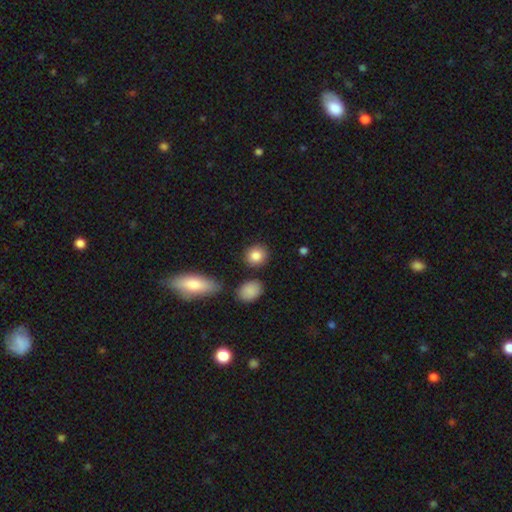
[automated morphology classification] A smooth galaxy with no disk features (86%) that is round (81%).

Vote fractions:
- Smooth or featured? smooth: 86% / star or artifact: 8% / featured or disk: 6%
- How rounded? round: 81% / in between: 18% / cigar-shaped: 2%
- Merging? none: 85% / minor disturbance: 8% / merger: 4% / major disturbance: 3%